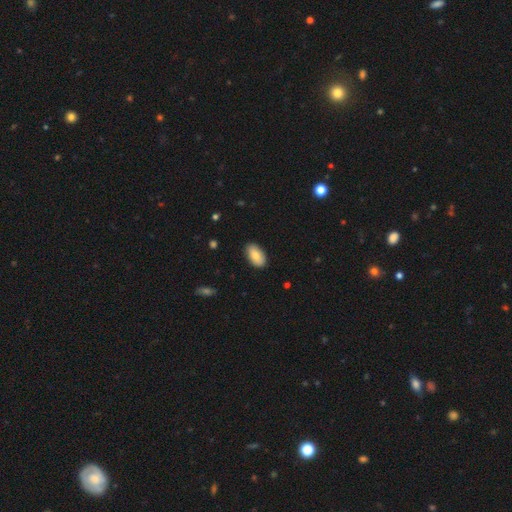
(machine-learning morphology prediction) This is clearly a smooth galaxy (80%). How rounded: clearly in between (95%). Merging: clearly none (86%).